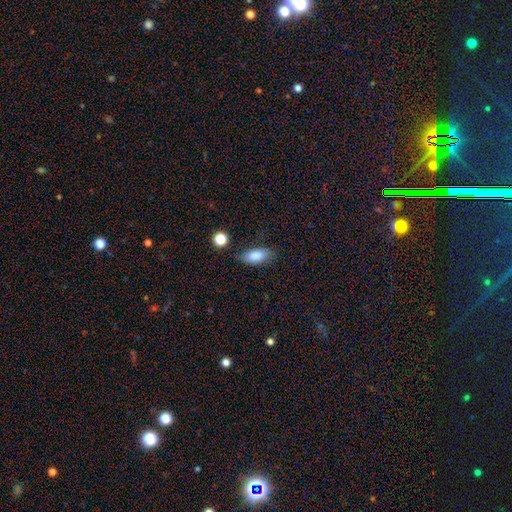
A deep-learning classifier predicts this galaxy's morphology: Smooth or featured? smooth (84%)
How rounded? in between (86%)
Merging? none (72%)